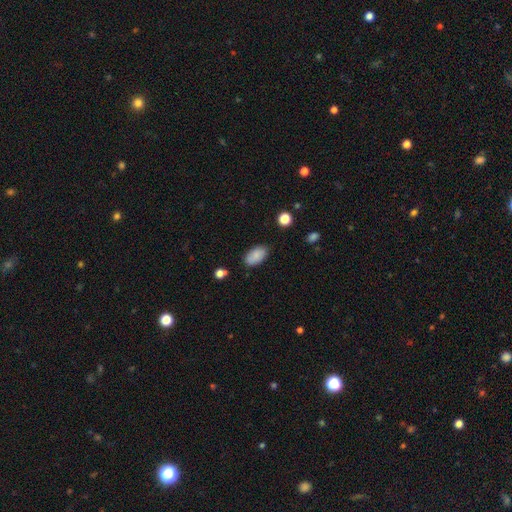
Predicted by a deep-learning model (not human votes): A smooth galaxy with no disk features (83%) that is in between round and cigar-shaped (94%).

Vote fractions:
- Smooth or featured? smooth: 83% / featured or disk: 9% / star or artifact: 8%
- How rounded? in between: 94% / round: 4% / cigar-shaped: 2%
- Merging? none: 81% / minor disturbance: 14% / major disturbance: 3% / merger: 2%